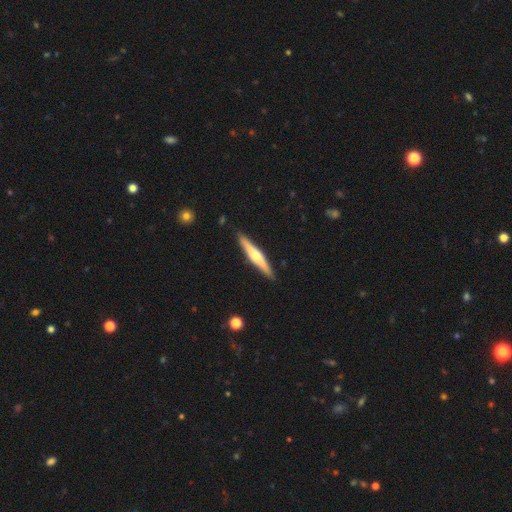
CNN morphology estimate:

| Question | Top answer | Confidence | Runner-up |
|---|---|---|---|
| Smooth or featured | featured or disk | 61% | smooth (34%) |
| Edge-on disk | yes | 96% | no (4%) |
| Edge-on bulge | rounded | 86% | none (8%) |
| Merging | none | 90% | minor disturbance (8%) |